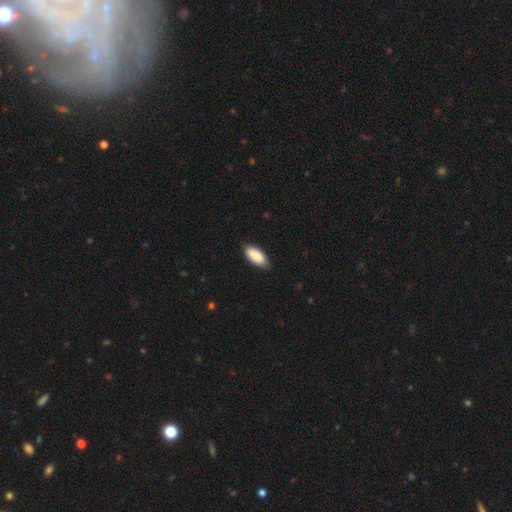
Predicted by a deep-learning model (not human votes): The model was most divided on "merging": none: 82%, minor disturbance: 15%, major disturbance: 2%, merger: 1%. More confident: smooth or featured — smooth (89%); how rounded — in between (88%).